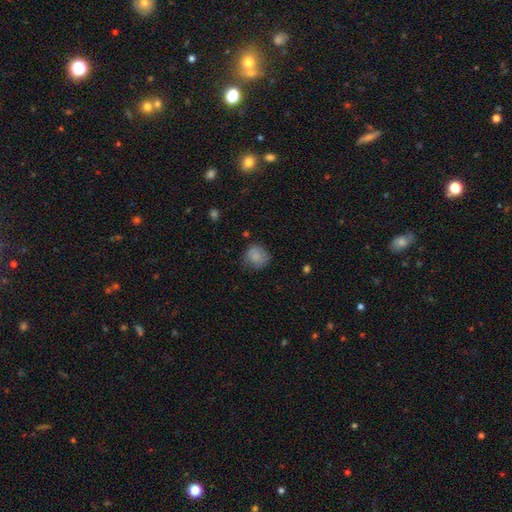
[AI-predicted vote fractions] smooth 79%, featured or disk 12%, star or artifact 9%. Down the decision tree: how rounded — round (80%); merging — none (66%).